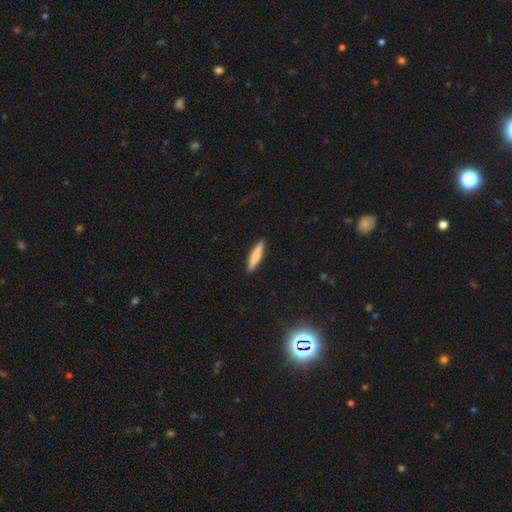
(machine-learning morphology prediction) Q: Smooth or featured?
A: smooth (79%); runner-up: featured or disk (16%)
Q: How rounded?
A: cigar-shaped (86%); runner-up: in between (13%)
Q: Merging?
A: none (91%); runner-up: minor disturbance (7%)